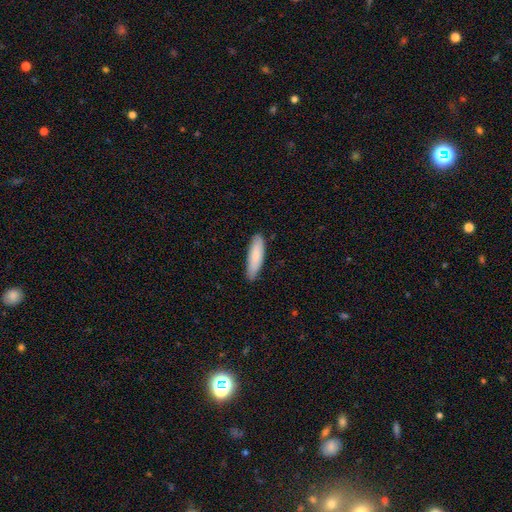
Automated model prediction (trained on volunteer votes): Smooth or featured? Predicted: smooth (p=0.84). How rounded? Predicted: cigar-shaped (p=0.63). Merging? Predicted: none (p=0.86).